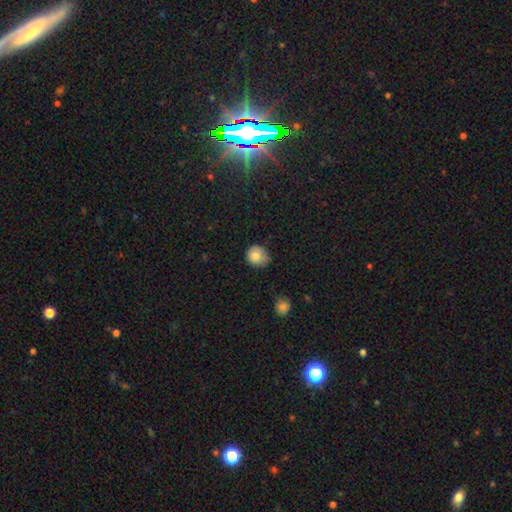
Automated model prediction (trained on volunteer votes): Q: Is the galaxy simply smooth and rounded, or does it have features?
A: smooth — 81%.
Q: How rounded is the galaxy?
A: round — 78%.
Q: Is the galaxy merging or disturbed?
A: none — 62%.